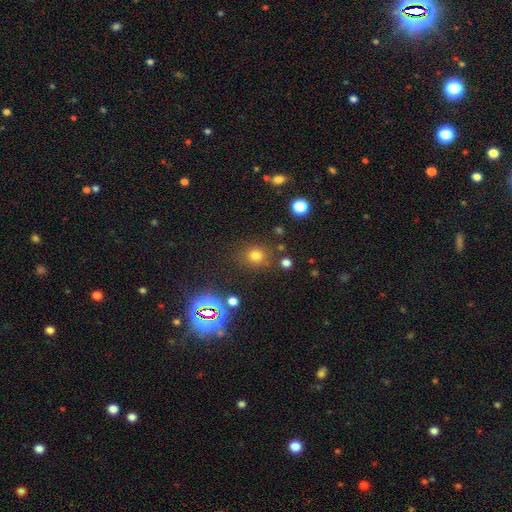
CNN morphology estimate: A smooth galaxy with no disk features (71%) that is round (84%). Merging: none (80%).